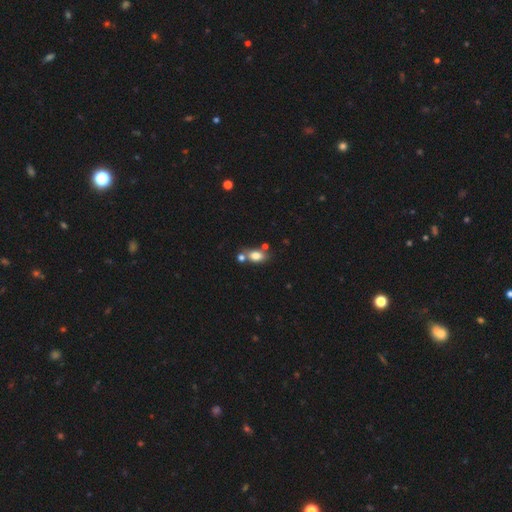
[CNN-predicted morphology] smooth 79%, featured or disk 11%, star or artifact 10%. Down the decision tree: how rounded — in between (79%); merging — none (54%).